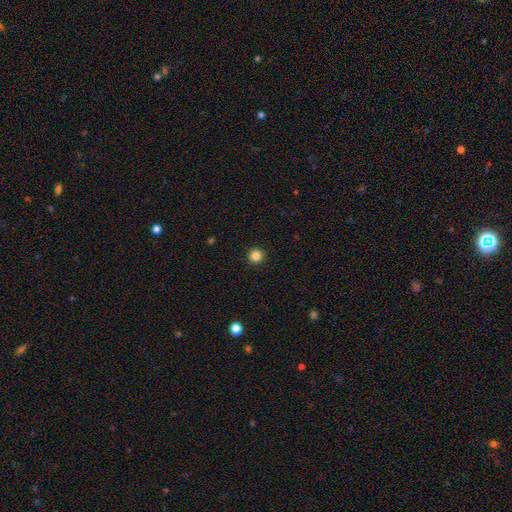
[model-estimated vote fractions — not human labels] The model was most divided on "smooth or featured": smooth: 85%, star or artifact: 11%, featured or disk: 4%. More confident: how rounded — round (96%); merging — none (93%).